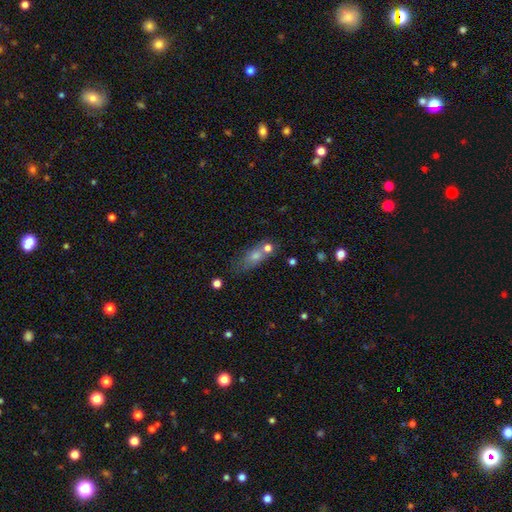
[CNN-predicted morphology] A smooth galaxy with no disk features (61%) that is in between round and cigar-shaped (58%).

Vote fractions:
- Smooth or featured? smooth: 61% / featured or disk: 21% / star or artifact: 17%
- How rounded? in between: 58% / cigar-shaped: 21% / round: 21%
- Merging? none: 48% / merger: 29% / minor disturbance: 14% / major disturbance: 8%